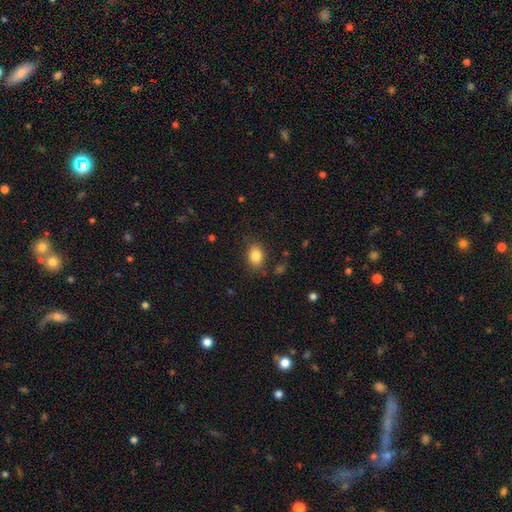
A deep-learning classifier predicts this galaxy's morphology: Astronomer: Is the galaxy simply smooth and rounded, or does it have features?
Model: smooth — 84%.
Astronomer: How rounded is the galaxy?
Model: in between — 73%.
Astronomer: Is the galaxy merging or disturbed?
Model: none — 81%.